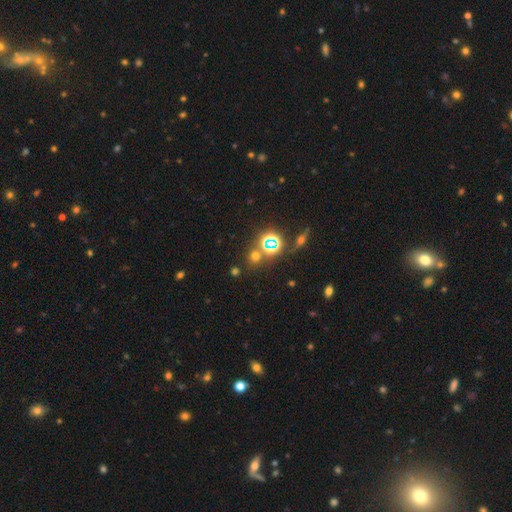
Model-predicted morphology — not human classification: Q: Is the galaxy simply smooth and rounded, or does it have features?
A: smooth — 51%.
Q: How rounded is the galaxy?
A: round — 87%.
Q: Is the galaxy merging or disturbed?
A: none — 77%.